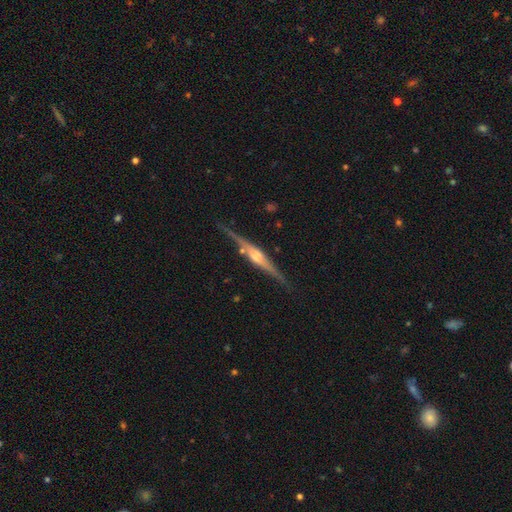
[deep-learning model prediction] A featured or disk galaxy (84%) viewed edge-on (98%) with a rounded central bulge (79%).

Vote fractions:
- Smooth or featured? featured or disk: 84% / smooth: 10% / star or artifact: 6%
- Edge-on disk? yes: 98% / no: 2%
- Edge-on bulge? rounded: 79% / boxy: 15% / none: 5%
- Merging? none: 83% / minor disturbance: 12% / major disturbance: 3% / merger: 2%